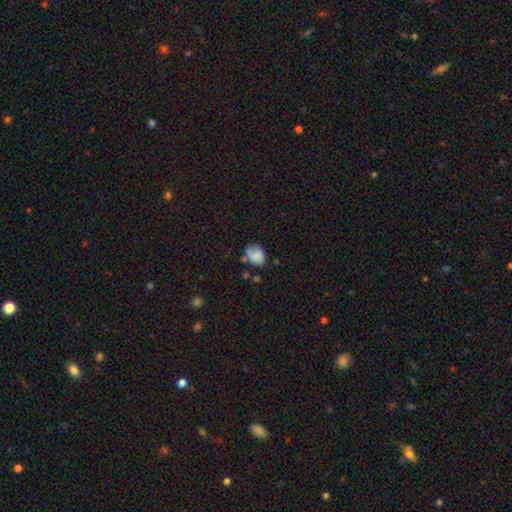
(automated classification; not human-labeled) smooth-or-featured: smooth: 73% | featured or disk: 18% | star or artifact: 9%
  how-rounded: in between: 58% | round: 41% | cigar-shaped: 1%
  merging: none: 53% | minor disturbance: 31% | major disturbance: 9% | merger: 8%